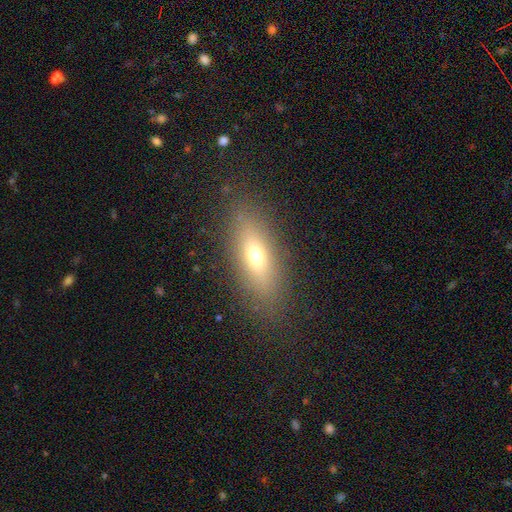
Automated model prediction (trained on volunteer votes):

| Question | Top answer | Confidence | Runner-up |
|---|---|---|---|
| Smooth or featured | smooth | 62% | featured or disk (27%) |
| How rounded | in between | 58% | cigar-shaped (37%) |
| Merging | none | 85% | minor disturbance (9%) |